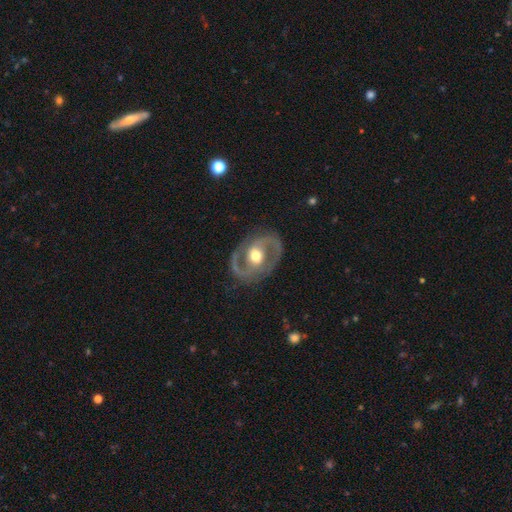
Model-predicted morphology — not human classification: This appears to be a featured or disk galaxy (88%) with no bar (45%), 2 (92%) medium (57%) spiral arms (92%) and a moderate central bulge (75%). Merging: none (83%).